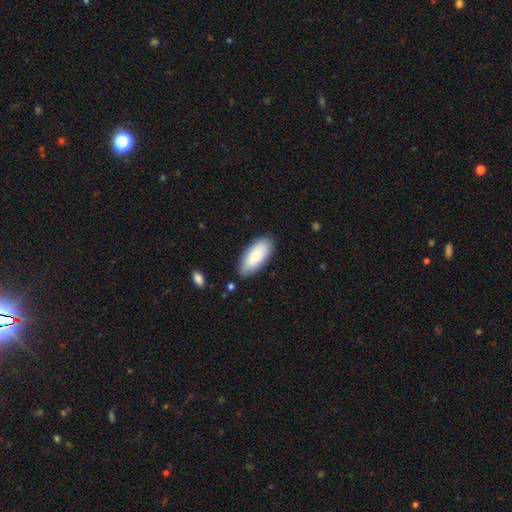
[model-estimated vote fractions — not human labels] This is likely a smooth galaxy (80%). How rounded: clearly in between (86%). Merging: clearly none (82%).